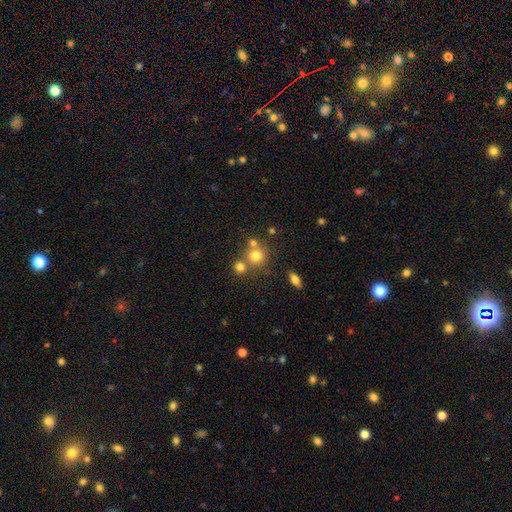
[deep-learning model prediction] Smooth or featured?
  - smooth: 74% *
  - star or artifact: 15%
  - featured or disk: 12%
How rounded?
  - round: 88% *
  - in between: 11%
  - cigar-shaped: 1%
Merging?
  - none: 57% *
  - merger: 31%
  - minor disturbance: 9%
  - major disturbance: 4%